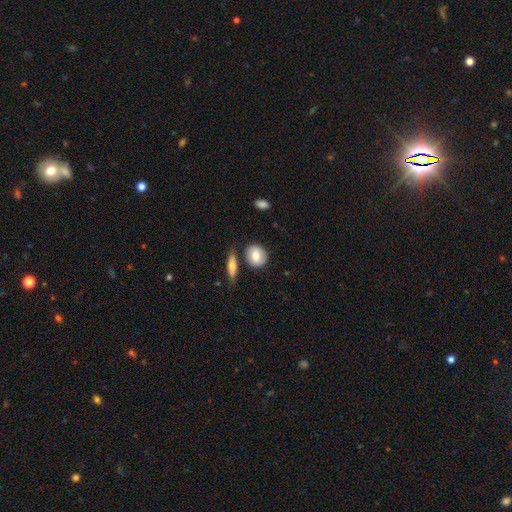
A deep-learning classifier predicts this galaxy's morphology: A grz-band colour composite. It shows a smooth galaxy with no disk features (78%) that is round (70%). Merging: none (73%).